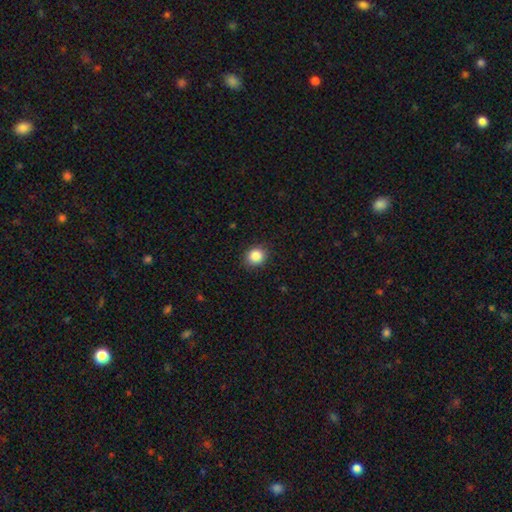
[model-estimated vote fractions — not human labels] This appears to be a smooth galaxy with no disk features (86%) that is round (76%). Merging: none (89%).